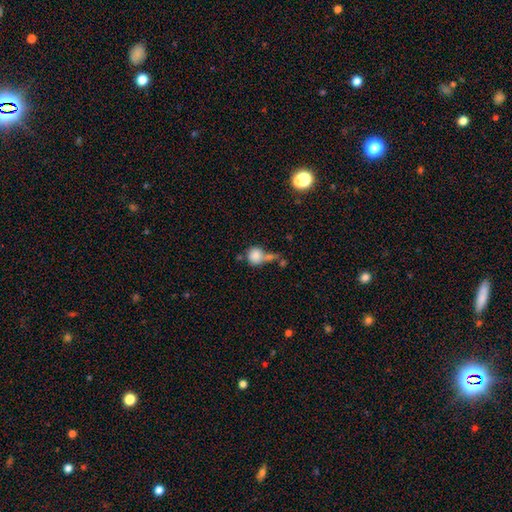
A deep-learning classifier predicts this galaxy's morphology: type=smooth (82%); roundness=round (88%); merging=none (39%).